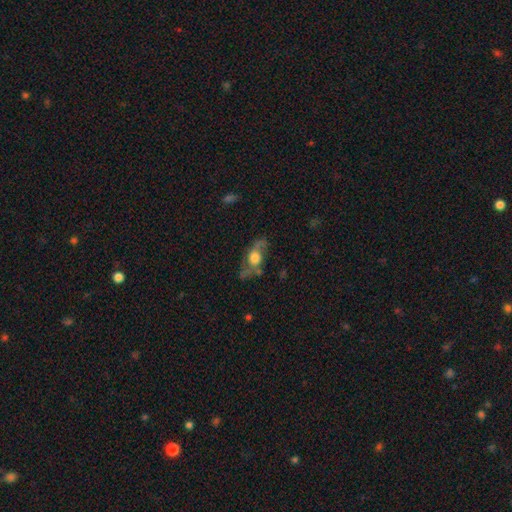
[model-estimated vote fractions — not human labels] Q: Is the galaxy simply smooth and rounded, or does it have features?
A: featured or disk — 64%.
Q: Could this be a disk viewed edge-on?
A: no — 69%.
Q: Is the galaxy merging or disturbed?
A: none — 69%.